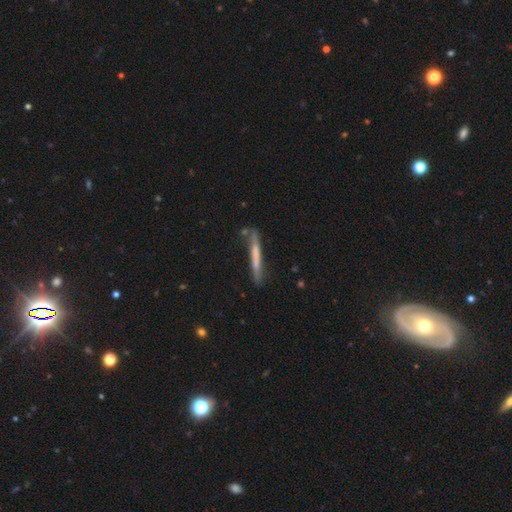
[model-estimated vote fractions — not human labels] Smooth or featured: smooth — 51% (featured or disk — 42%)
How rounded: cigar-shaped — 96% (in between — 2%)
Merging: none — 73% (minor disturbance — 18%)